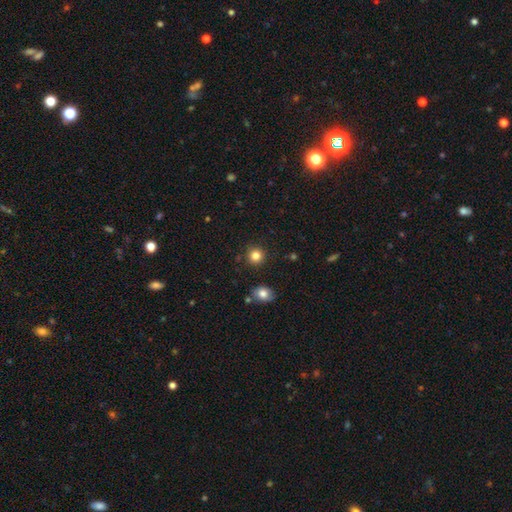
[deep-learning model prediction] Smooth or featured? smooth (84%)
How rounded? round (92%)
Merging? none (88%)